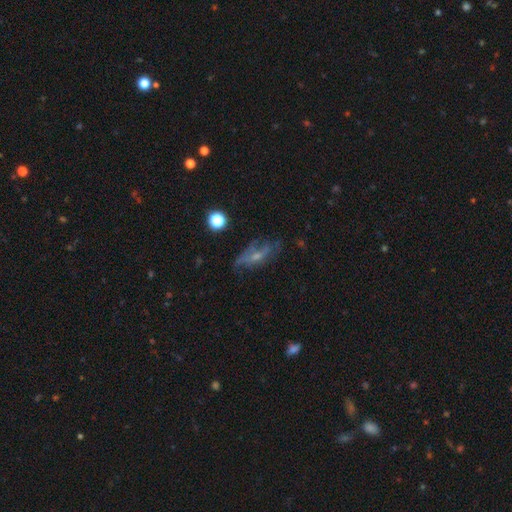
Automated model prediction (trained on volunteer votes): This is possibly a featured or disk galaxy (54%). It is likely not viewed edge-on (76%). Merging: possibly none (51%).